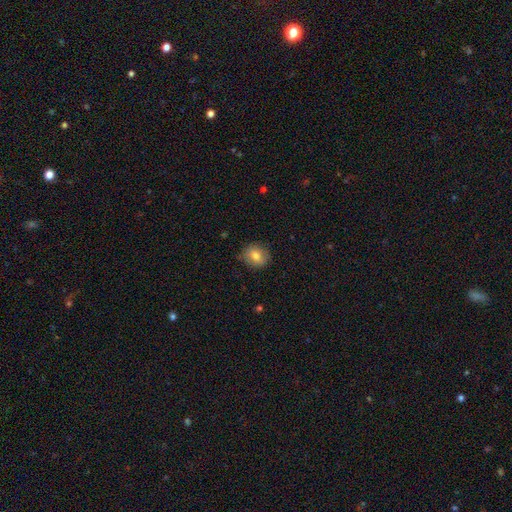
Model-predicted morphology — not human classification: type=smooth (77%); roundness=round (73%); merging=none (81%).